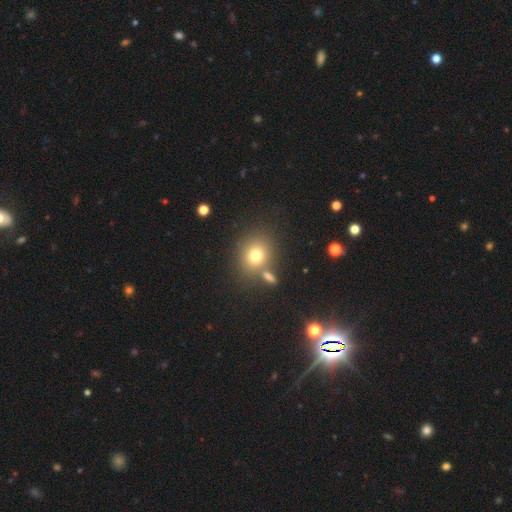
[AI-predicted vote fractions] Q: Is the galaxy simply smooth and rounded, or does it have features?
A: smooth — 74%.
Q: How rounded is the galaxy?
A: round — 69%.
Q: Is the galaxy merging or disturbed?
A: none — 69%.